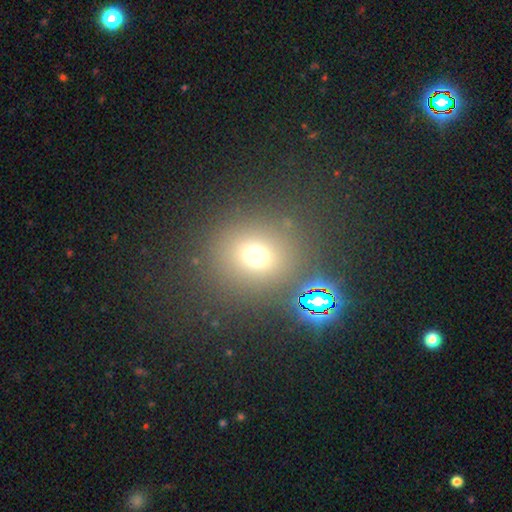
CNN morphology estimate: smooth-or-featured: smooth: 66% | star or artifact: 26% | featured or disk: 8%
  how-rounded: round: 80% | in between: 19% | cigar-shaped: 1%
  merging: none: 77% | minor disturbance: 9% | merger: 8% | major disturbance: 6%